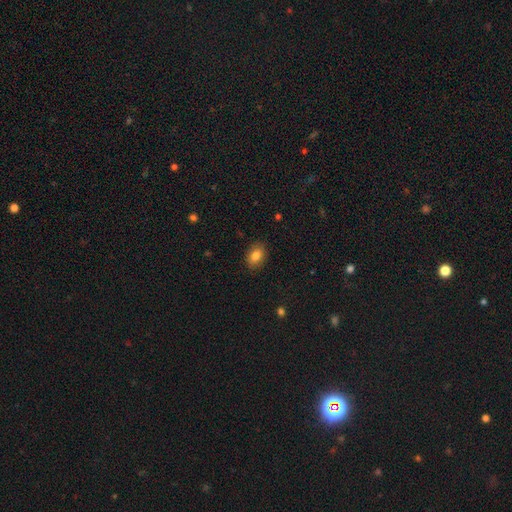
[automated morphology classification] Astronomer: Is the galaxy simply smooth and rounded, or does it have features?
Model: smooth — 83%.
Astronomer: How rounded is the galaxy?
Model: in between — 78%.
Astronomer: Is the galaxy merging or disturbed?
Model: none — 87%.